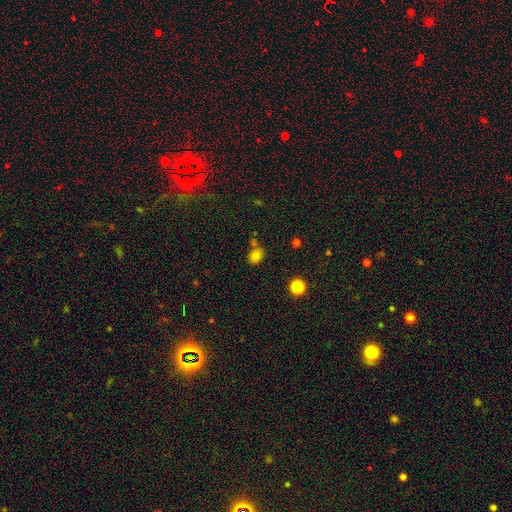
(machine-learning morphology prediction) smooth_or_featured: smooth (p=0.78) [alt: star or artifact p=0.15]
how_rounded: round (p=0.63) [alt: in between p=0.36]
merging: none (p=0.68) [alt: merger p=0.14]